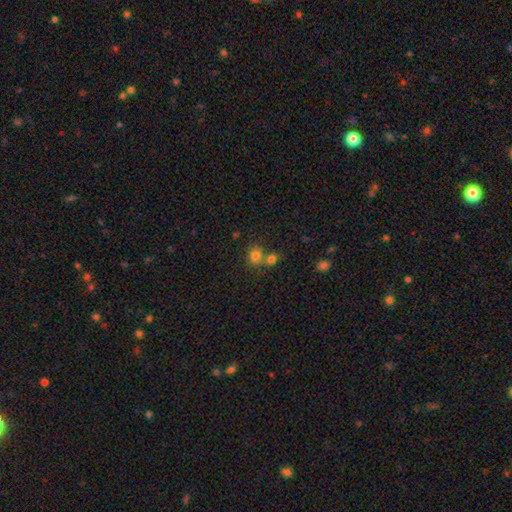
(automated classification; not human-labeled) smooth 78%, star or artifact 14%, featured or disk 8%. Down the decision tree: how rounded — round (66%); merging — none (47%).